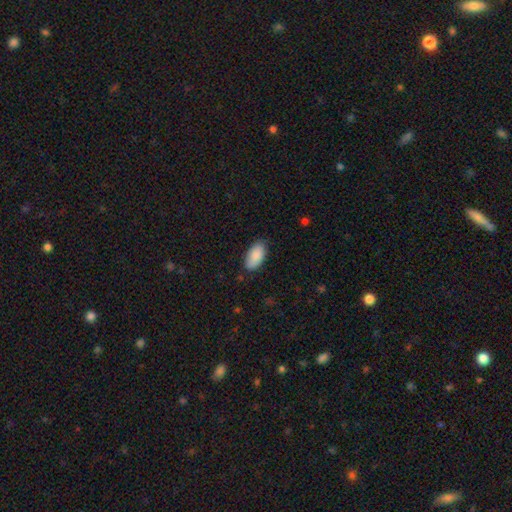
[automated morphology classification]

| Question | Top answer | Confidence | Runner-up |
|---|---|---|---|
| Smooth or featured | smooth | 88% | star or artifact (6%) |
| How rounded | in between | 94% | cigar-shaped (4%) |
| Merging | none | 80% | minor disturbance (16%) |